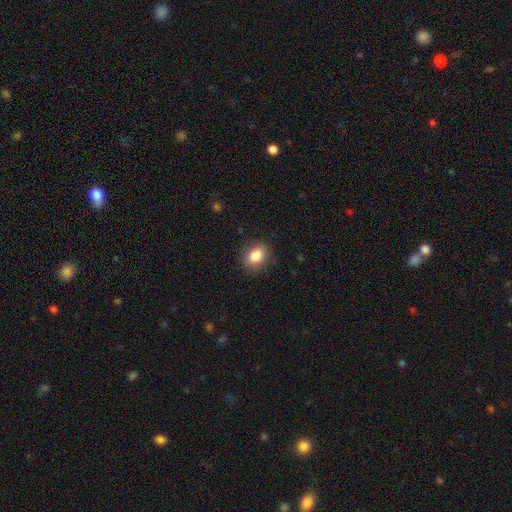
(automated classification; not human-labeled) Q: Smooth or featured?
A: smooth (84%); runner-up: star or artifact (9%)
Q: How rounded?
A: in between (54%); runner-up: round (45%)
Q: Merging?
A: none (87%); runner-up: minor disturbance (10%)